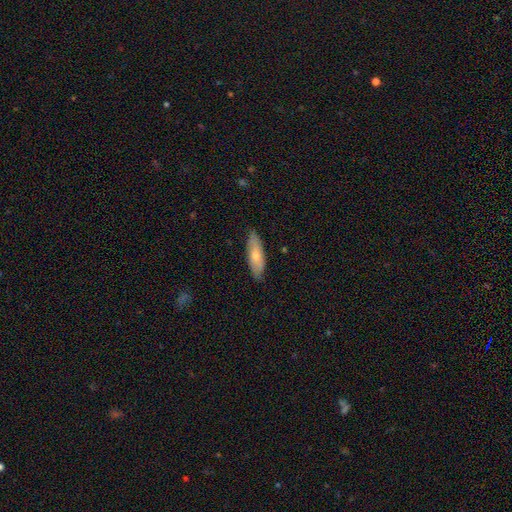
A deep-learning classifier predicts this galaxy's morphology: The model was most divided on "how rounded": in between: 50%, cigar-shaped: 48%, round: 2%. More confident: merging — none (86%); smooth or featured — smooth (57%).